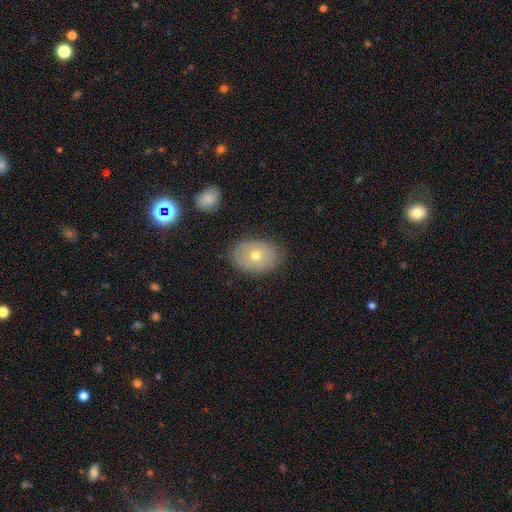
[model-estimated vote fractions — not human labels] smooth_or_featured: smooth (p=0.61) [alt: featured or disk p=0.29]
how_rounded: in between (p=0.73) [alt: round p=0.26]
merging: none (p=0.81) [alt: minor disturbance p=0.14]